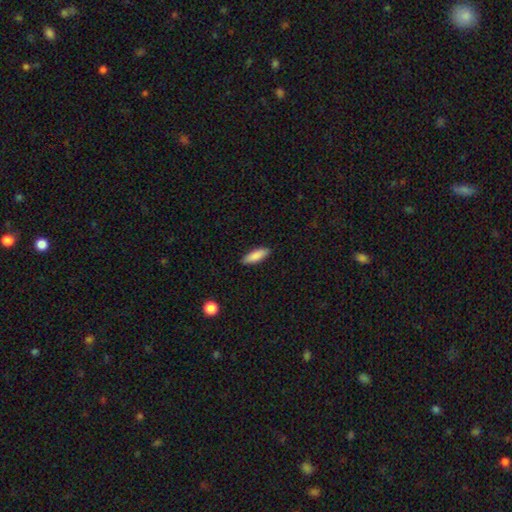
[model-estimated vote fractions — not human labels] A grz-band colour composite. It shows a smooth galaxy with no disk features (86%) that is in between round and cigar-shaped (53%). Merging: none (89%).